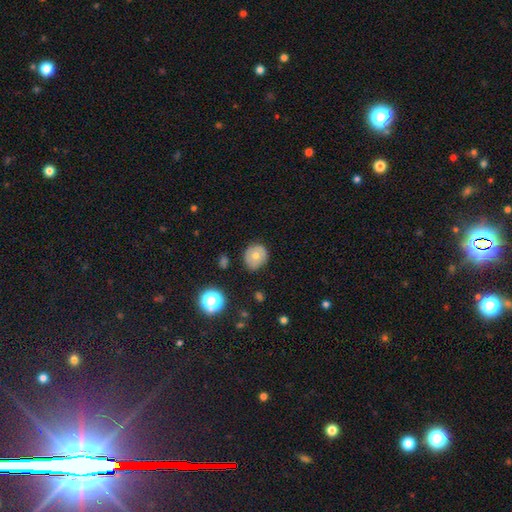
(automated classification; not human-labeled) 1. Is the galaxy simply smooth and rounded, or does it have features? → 67% smooth, 23% featured or disk, 11% star or artifact.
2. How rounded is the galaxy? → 80% round, 19% in between, 1% cigar-shaped.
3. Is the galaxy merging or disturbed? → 75% none, 19% minor disturbance, 4% major disturbance, 2% merger.